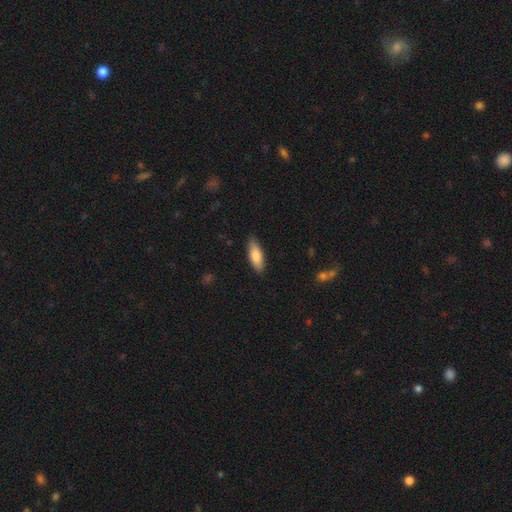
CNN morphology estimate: Smooth or featured?
  - smooth: 81% *
  - featured or disk: 14%
  - star or artifact: 5%
How rounded?
  - in between: 65% *
  - cigar-shaped: 33%
  - round: 2%
Merging?
  - none: 86% *
  - minor disturbance: 11%
  - major disturbance: 2%
  - merger: 1%